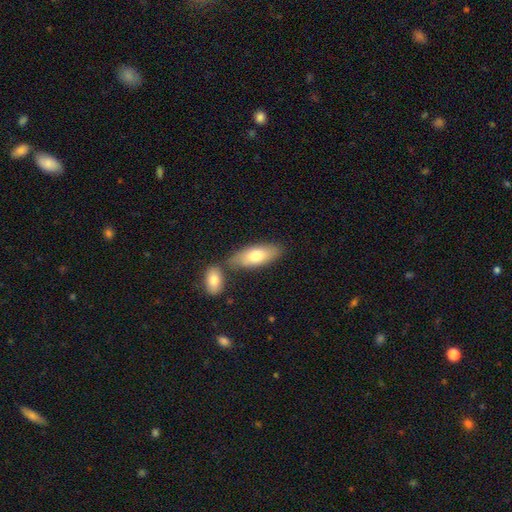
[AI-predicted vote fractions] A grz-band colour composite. It shows a smooth galaxy with no disk features (75%) that is in between round and cigar-shaped (79%). Merging: none (61%).